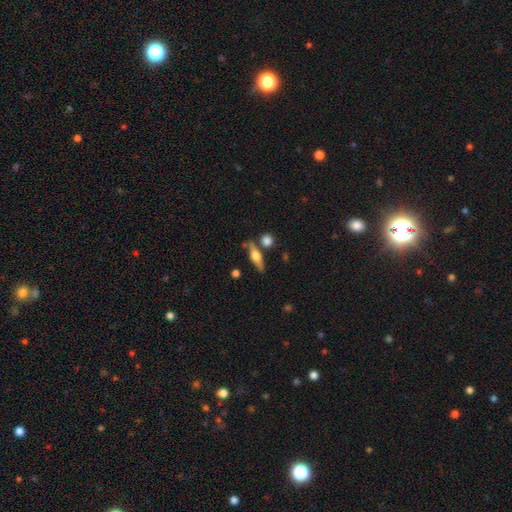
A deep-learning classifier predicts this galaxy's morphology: Q: Smooth or featured?
A: featured or disk (59%); runner-up: smooth (34%)
Q: Edge-on disk?
A: yes (93%); runner-up: no (7%)
Q: Edge-on bulge?
A: rounded (92%); runner-up: boxy (6%)
Q: Merging?
A: none (75%); runner-up: minor disturbance (12%)